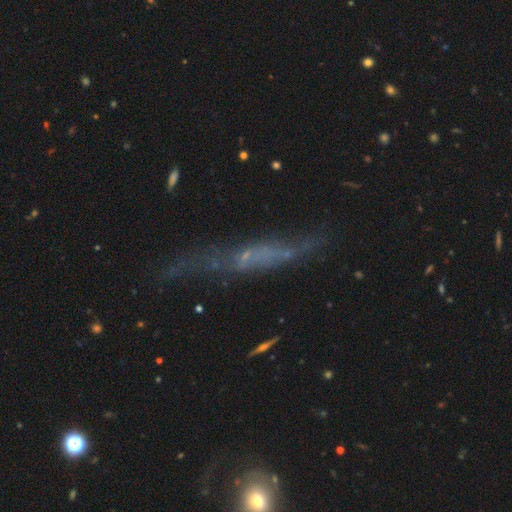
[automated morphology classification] This is possibly a featured or disk galaxy (53%). It is possibly viewed edge-on (58%). Merging: possibly none (51%).